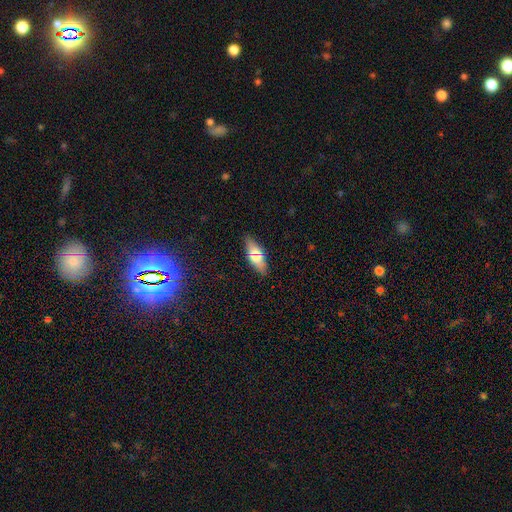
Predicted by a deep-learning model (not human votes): Smooth or featured?
  - smooth: 67% *
  - featured or disk: 26%
  - star or artifact: 7%
How rounded?
  - in between: 69% *
  - cigar-shaped: 28%
  - round: 3%
Merging?
  - none: 85% *
  - minor disturbance: 11%
  - major disturbance: 2%
  - merger: 2%